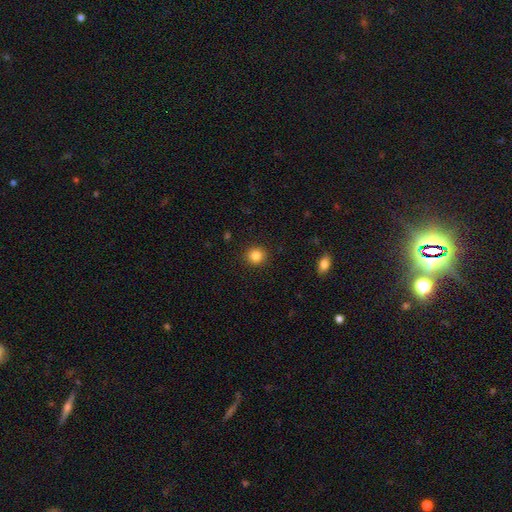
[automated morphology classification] This appears to be a smooth galaxy with no disk features (85%) that is round (90%). Merging: none (92%).